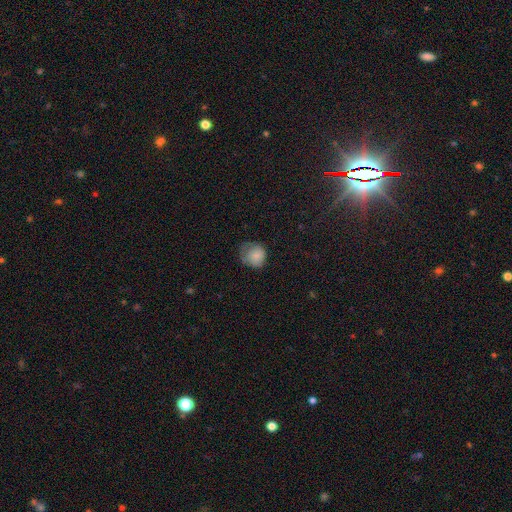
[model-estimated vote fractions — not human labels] Overall: smooth (80%). How rounded: round (77%). Merging: none (48%; minor disturbance 34%).